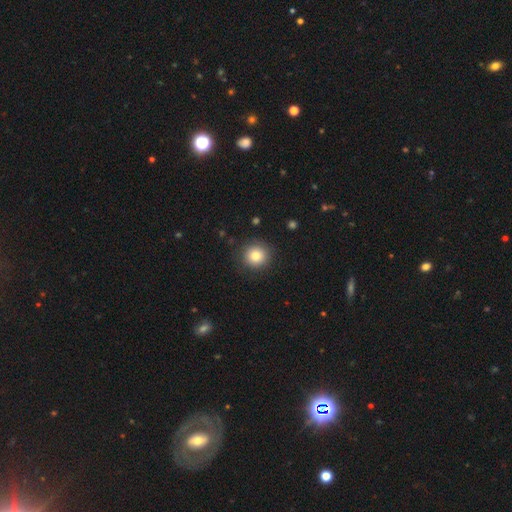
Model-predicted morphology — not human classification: A smooth galaxy with no disk features (82%) that is round (92%). Merging: none (88%).